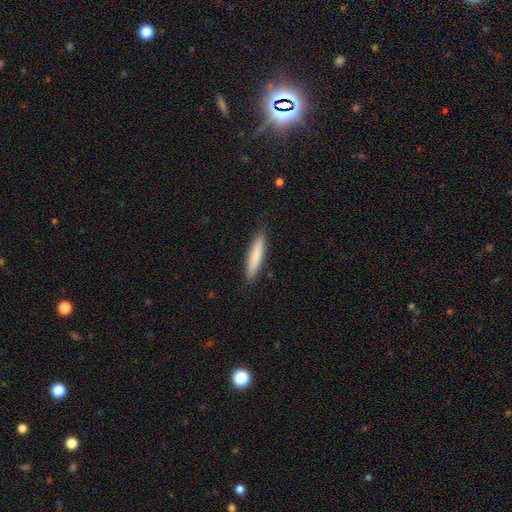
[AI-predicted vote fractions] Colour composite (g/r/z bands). It shows a smooth galaxy with no disk features (81%) that is cigar-shaped (87%). Merging: none (89%).